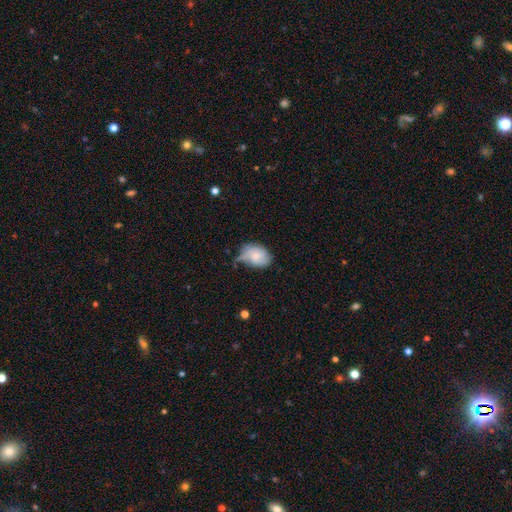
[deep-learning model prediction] Morphology: type=smooth (69%); roundness=in between (77%); merging=minor disturbance (43%).